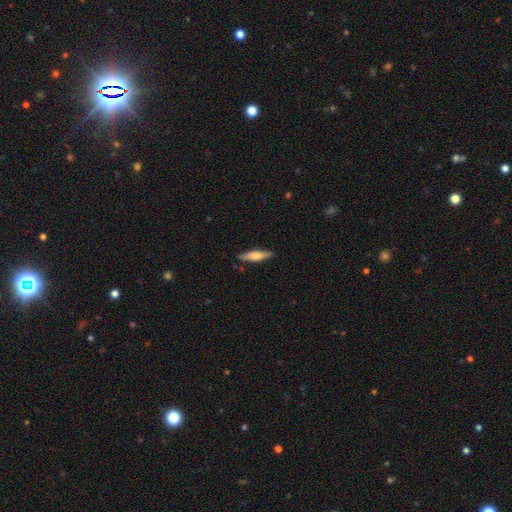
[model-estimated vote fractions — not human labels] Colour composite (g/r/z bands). It shows a smooth galaxy with no disk features (51%) that is cigar-shaped (76%). Merging: none (87%).